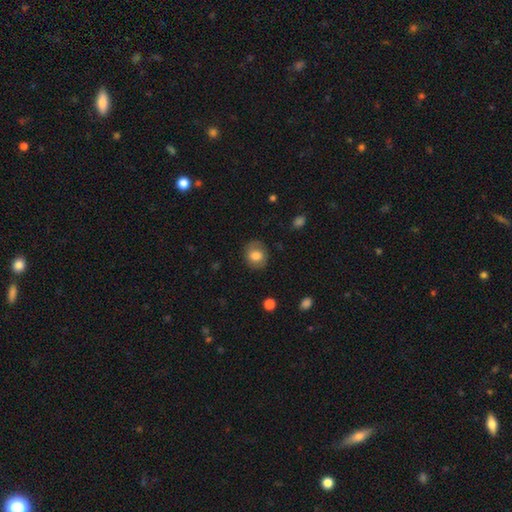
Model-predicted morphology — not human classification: Smooth or featured? Predicted: smooth (p=0.74). How rounded? Predicted: round (p=0.72). Merging? Predicted: none (p=0.78).